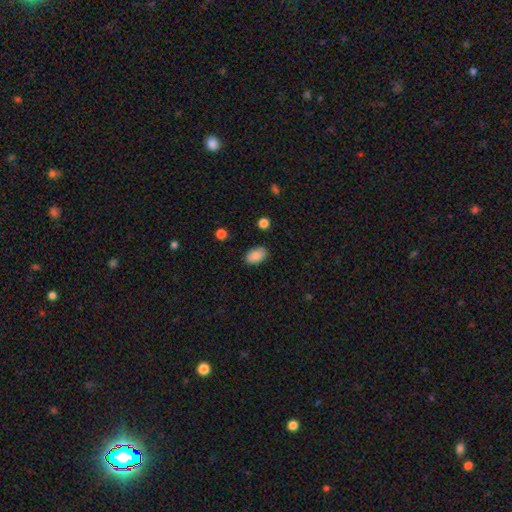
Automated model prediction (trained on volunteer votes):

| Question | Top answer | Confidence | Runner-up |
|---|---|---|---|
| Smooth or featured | smooth | 88% | star or artifact (8%) |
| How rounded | in between | 90% | round (9%) |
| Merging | none | 84% | minor disturbance (12%) |